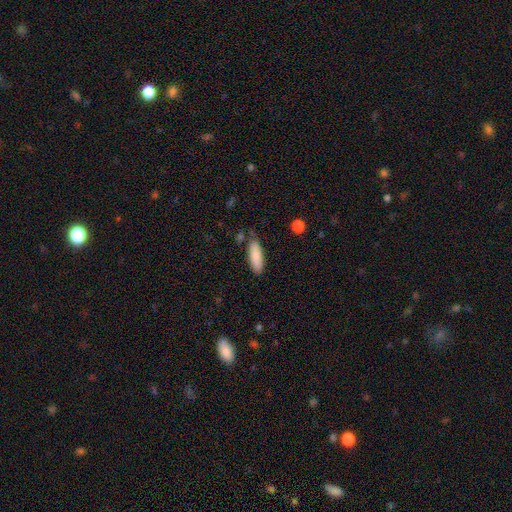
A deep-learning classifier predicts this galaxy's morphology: Smooth or featured: smooth — 86% (featured or disk — 8%)
How rounded: in between — 55% (cigar-shaped — 43%)
Merging: none — 81% (minor disturbance — 13%)